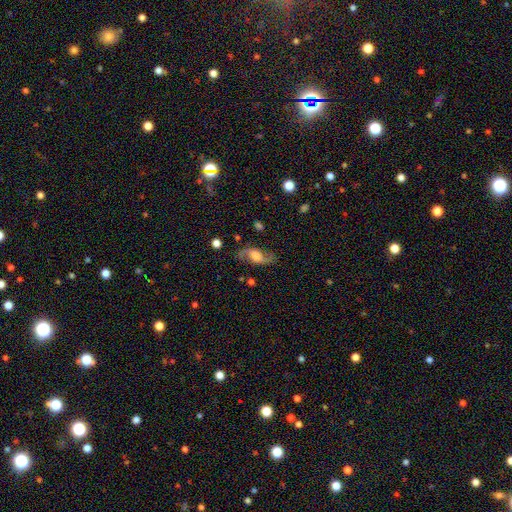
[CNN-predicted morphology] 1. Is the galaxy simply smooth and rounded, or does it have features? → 76% featured or disk, 17% smooth, 7% star or artifact.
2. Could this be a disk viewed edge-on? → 91% no, 9% yes.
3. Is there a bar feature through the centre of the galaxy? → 54% no, 36% weak, 10% strong.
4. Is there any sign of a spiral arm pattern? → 94% yes, 6% no.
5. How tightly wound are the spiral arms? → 67% loose, 27% medium, 6% tight.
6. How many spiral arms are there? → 92% 2, 3% can't tell, 2% 1, 1% 3, 1% 4, 1% more than 4.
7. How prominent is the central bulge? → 43% large, 30% moderate, 12% small, 9% none, 6% dominant.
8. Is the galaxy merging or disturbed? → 79% none, 14% minor disturbance, 6% major disturbance, 2% merger.